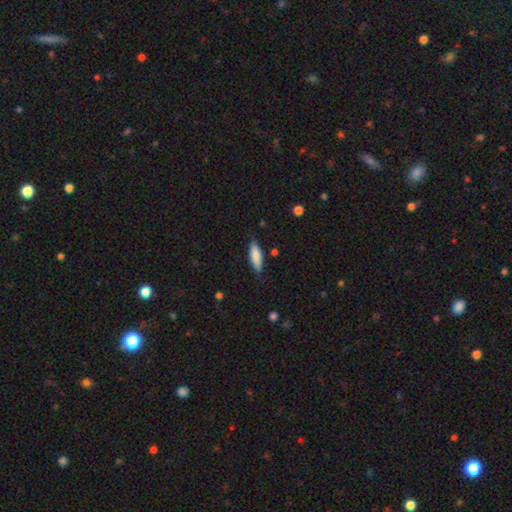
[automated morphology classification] Overall: smooth (84%). How rounded: in between (50%; cigar-shaped 48%). Merging: none (82%).